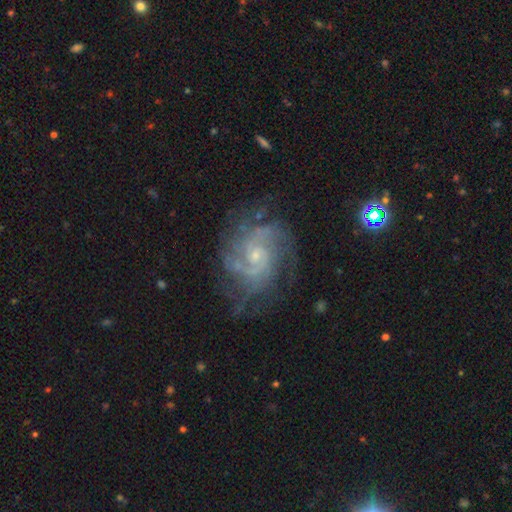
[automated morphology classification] Smooth or featured? featured or disk (87%)
Edge-on disk? no (98%)
Bar? no (66%)
Spiral arms? yes (96%)
Spiral winding? tight (47%)
Spiral arm count? 2 (33%)
Bulge size? small (69%)
Merging? none (70%)